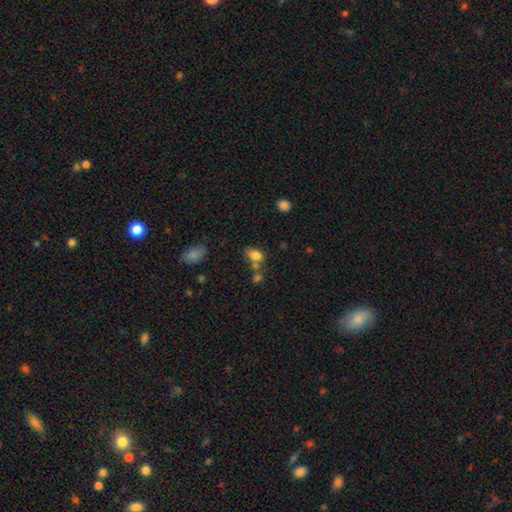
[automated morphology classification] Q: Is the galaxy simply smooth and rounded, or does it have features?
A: smooth — 80%.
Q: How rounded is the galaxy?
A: in between — 80%.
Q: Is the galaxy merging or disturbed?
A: none — 47%.